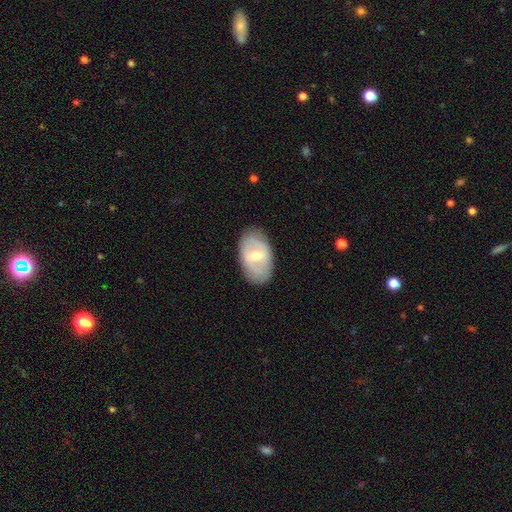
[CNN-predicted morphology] Smooth or featured? featured or disk (53%)
Edge-on disk? no (92%)
Merging? none (80%)